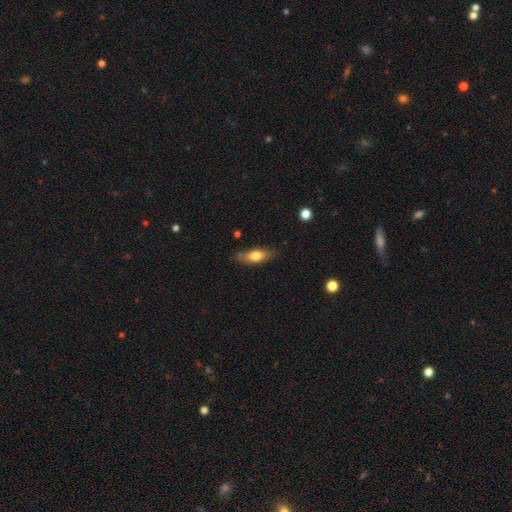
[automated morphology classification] This is likely a smooth galaxy (65%). How rounded: likely in between (61%). Merging: likely none (79%).